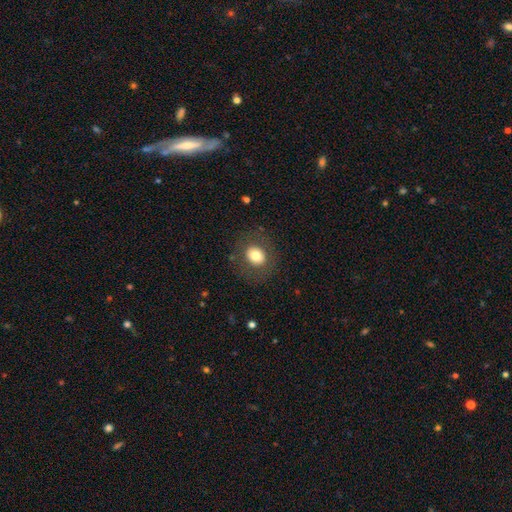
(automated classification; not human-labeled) smooth_or_featured: smooth (p=0.75) [alt: featured or disk p=0.15]
how_rounded: round (p=0.70) [alt: in between p=0.29]
merging: none (p=0.83) [alt: minor disturbance p=0.09]